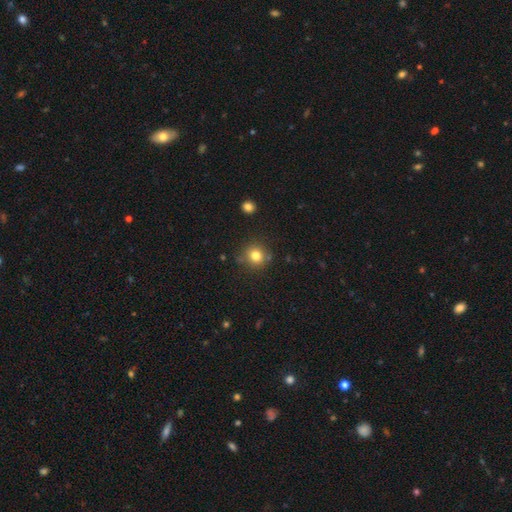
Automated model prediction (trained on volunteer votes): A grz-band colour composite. It shows a smooth galaxy with no disk features (79%) that is round (91%). Merging: none (83%).